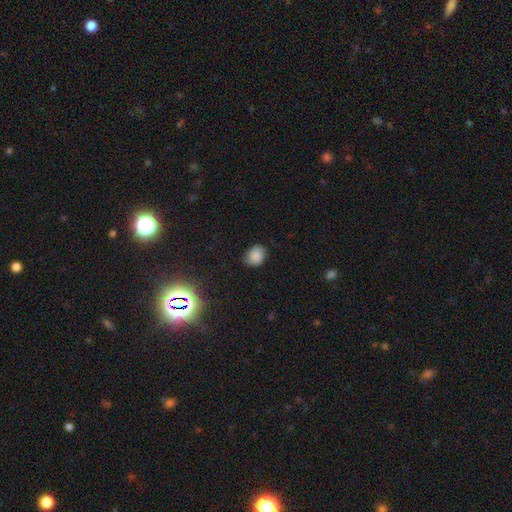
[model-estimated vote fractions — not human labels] Smooth or featured: smooth — 83% (star or artifact — 11%)
How rounded: round — 51% (in between — 48%)
Merging: none — 76% (minor disturbance — 19%)